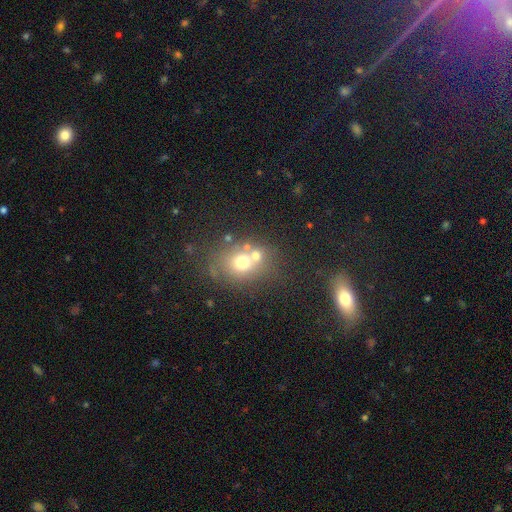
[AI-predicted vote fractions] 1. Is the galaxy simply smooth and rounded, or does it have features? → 63% smooth, 21% featured or disk, 17% star or artifact.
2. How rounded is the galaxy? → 68% round, 31% in between, 1% cigar-shaped.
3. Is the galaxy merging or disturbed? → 45% none, 40% merger, 10% minor disturbance, 5% major disturbance.